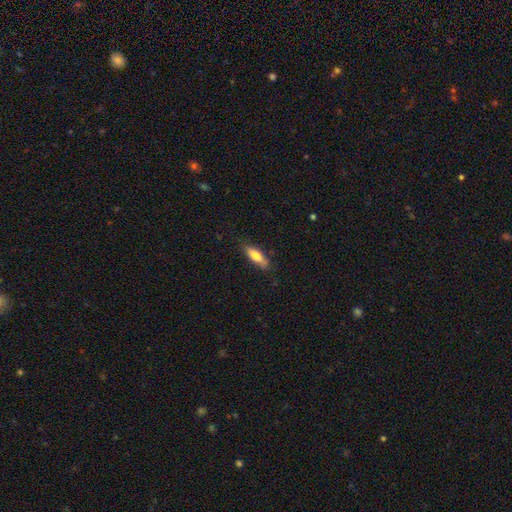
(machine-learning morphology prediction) Smooth or featured: smooth — 73% (featured or disk — 20%)
How rounded: in between — 51% (cigar-shaped — 47%)
Merging: none — 76% (minor disturbance — 18%)